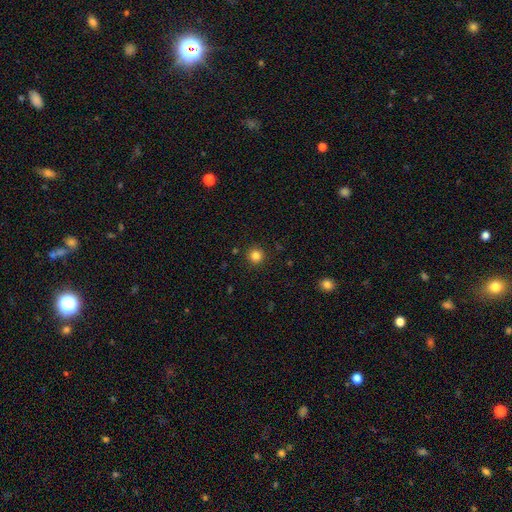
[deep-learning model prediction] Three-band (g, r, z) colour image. It shows a smooth galaxy with no disk features (83%) that is round (95%). Merging: none (92%).